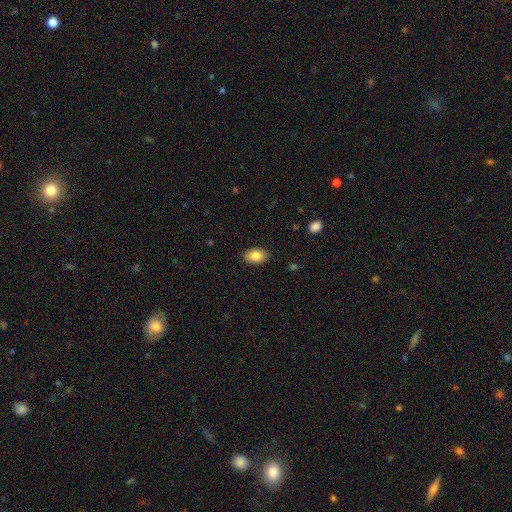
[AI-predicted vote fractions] smooth-or-featured: smooth: 85% | star or artifact: 8% | featured or disk: 8%
  how-rounded: in between: 84% | round: 15% | cigar-shaped: 1%
  merging: none: 88% | minor disturbance: 9% | major disturbance: 2% | merger: 1%